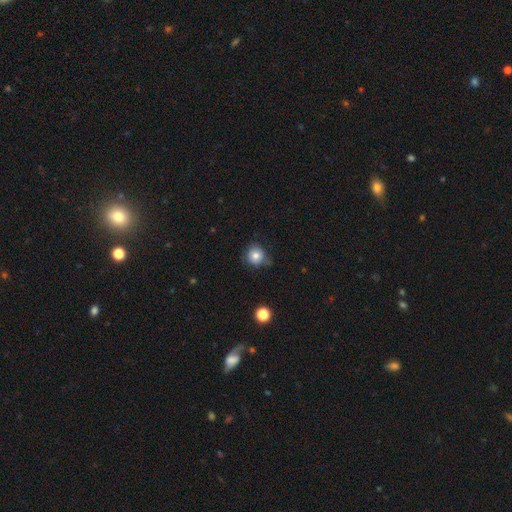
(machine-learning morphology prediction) Smooth or featured? smooth (77%)
How rounded? round (91%)
Merging? none (73%)